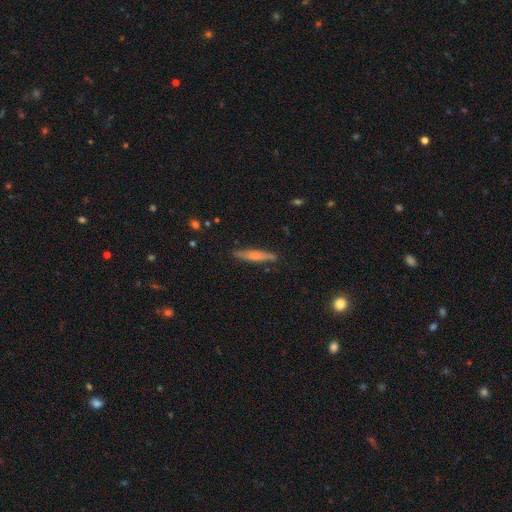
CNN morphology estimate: A smooth galaxy with no disk features (59%) that is cigar-shaped (92%).

Vote fractions:
- Smooth or featured? smooth: 59% / featured or disk: 34% / star or artifact: 6%
- How rounded? cigar-shaped: 92% / in between: 6% / round: 2%
- Merging? none: 87% / minor disturbance: 10% / major disturbance: 2% / merger: 1%